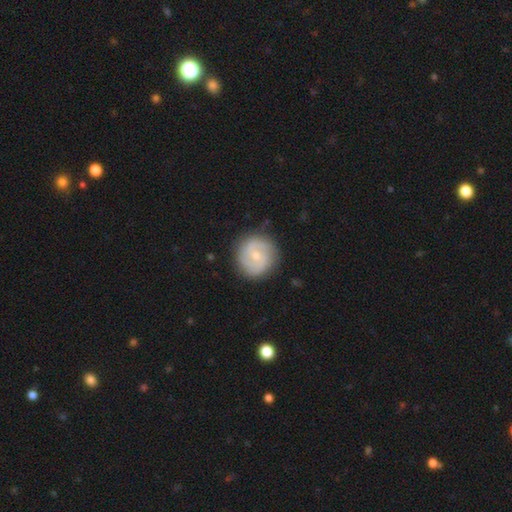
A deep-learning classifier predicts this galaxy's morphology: Q: Smooth or featured?
A: featured or disk (71%); runner-up: smooth (24%)
Q: Edge-on disk?
A: no (98%); runner-up: yes (2%)
Q: Bar?
A: no (48%); runner-up: weak (44%)
Q: Spiral arms?
A: yes (91%); runner-up: no (9%)
Q: Spiral winding?
A: tight (44%); runner-up: medium (41%)
Q: Spiral arm count?
A: 2 (74%); runner-up: can't tell (12%)
Q: Bulge size?
A: small (58%); runner-up: moderate (38%)
Q: Merging?
A: none (85%); runner-up: minor disturbance (10%)